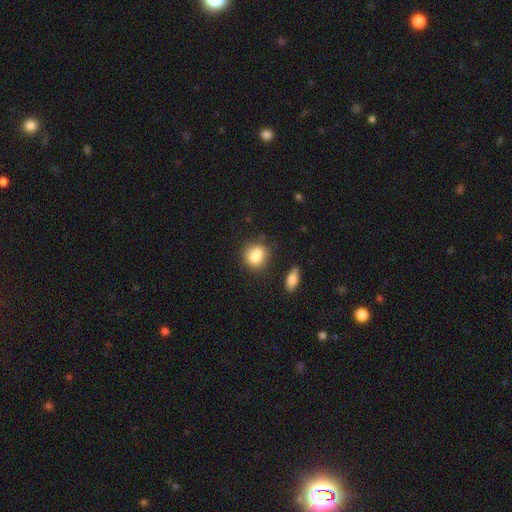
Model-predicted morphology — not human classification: type=smooth (85%); roundness=round (54%); merging=none (66%).